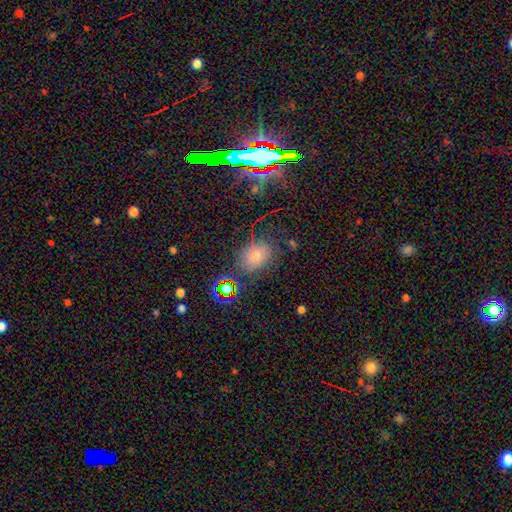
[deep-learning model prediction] This is possibly a smooth galaxy (55%). How rounded: possibly in between (54%). Merging: likely none (78%).